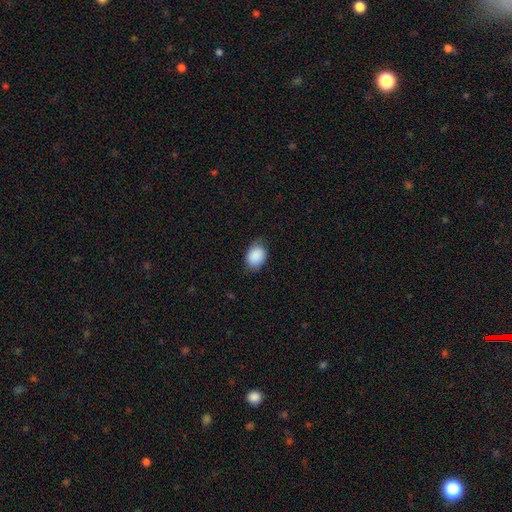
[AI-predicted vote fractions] Smooth or featured? Predicted: smooth (p=0.90). How rounded? Predicted: in between (p=0.68). Merging? Predicted: none (p=0.78).